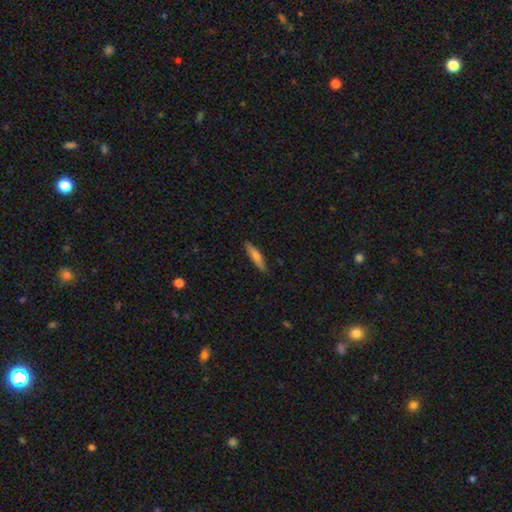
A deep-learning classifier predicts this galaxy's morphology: This appears to be a smooth galaxy with no disk features (65%) that is cigar-shaped (84%). Merging: none (88%).